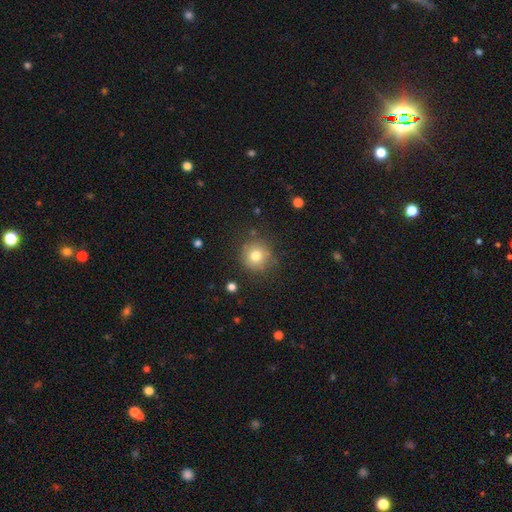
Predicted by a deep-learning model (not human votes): Smooth or featured?
  - smooth: 77% *
  - star or artifact: 12%
  - featured or disk: 11%
How rounded?
  - round: 93% *
  - in between: 6%
  - cigar-shaped: 1%
Merging?
  - none: 84% *
  - minor disturbance: 10%
  - major disturbance: 3%
  - merger: 2%